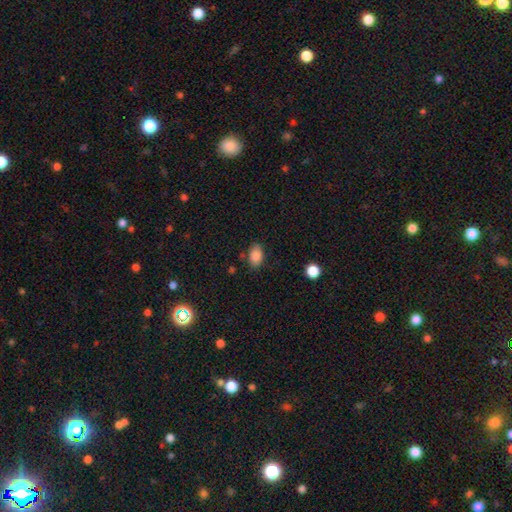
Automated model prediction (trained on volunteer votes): Morphology: type=smooth (86%); roundness=in between (85%); merging=none (77%).